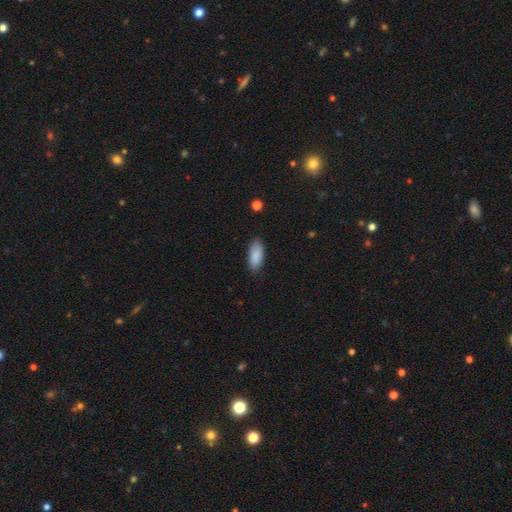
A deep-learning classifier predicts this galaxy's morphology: Overall: smooth (89%). How rounded: in between (83%). Merging: none (83%).